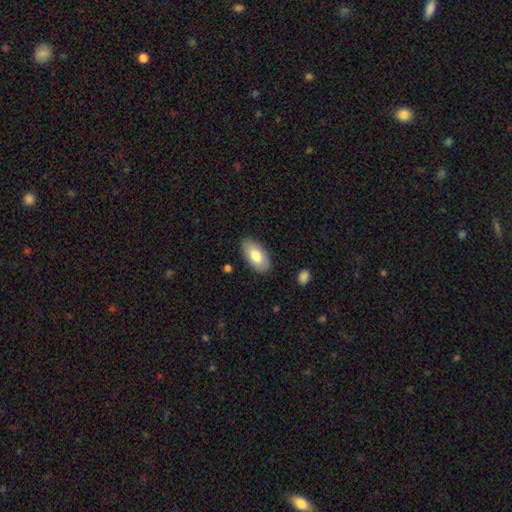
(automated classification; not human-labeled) Smooth or featured?
  - smooth: 78% *
  - featured or disk: 16%
  - star or artifact: 6%
How rounded?
  - in between: 94% *
  - cigar-shaped: 3%
  - round: 3%
Merging?
  - none: 85% *
  - minor disturbance: 11%
  - major disturbance: 2%
  - merger: 1%